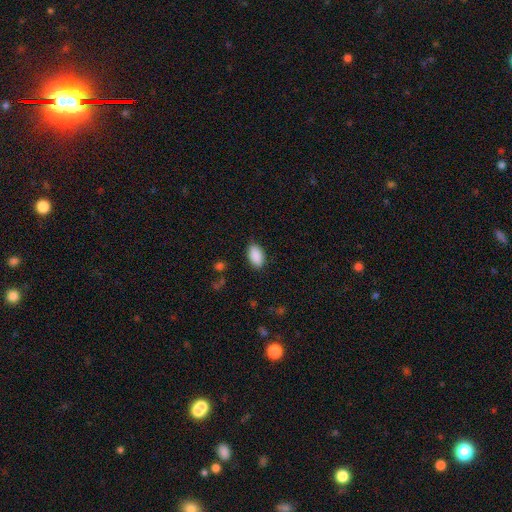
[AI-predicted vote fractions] Smooth or featured? Predicted: smooth (p=0.90). How rounded? Predicted: in between (p=0.94). Merging? Predicted: none (p=0.87).